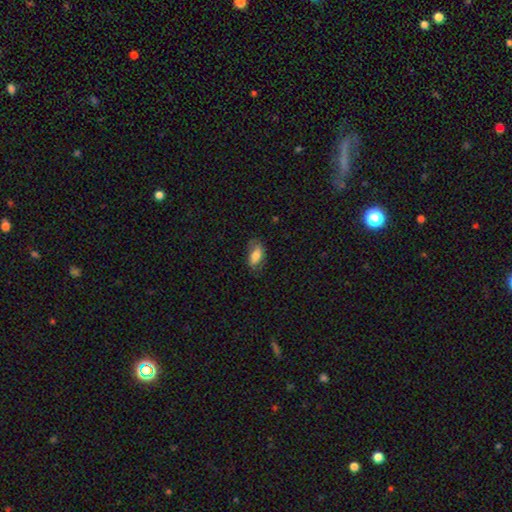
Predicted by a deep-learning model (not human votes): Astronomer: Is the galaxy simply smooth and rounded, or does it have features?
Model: smooth — 70%.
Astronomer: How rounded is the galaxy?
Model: in between — 87%.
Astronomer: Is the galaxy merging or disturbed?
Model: none — 70%.